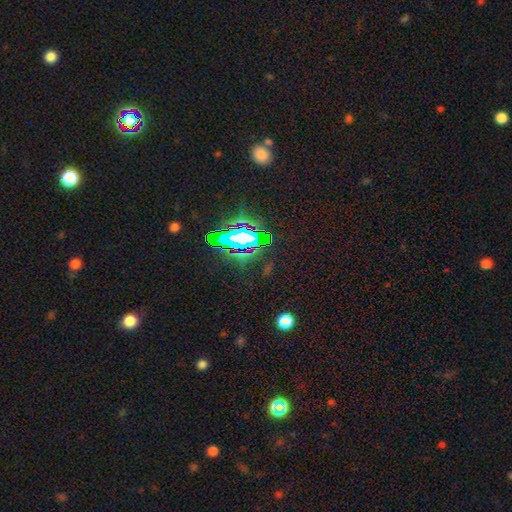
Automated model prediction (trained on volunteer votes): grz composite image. It shows a star or artifact, not a galaxy (79%).